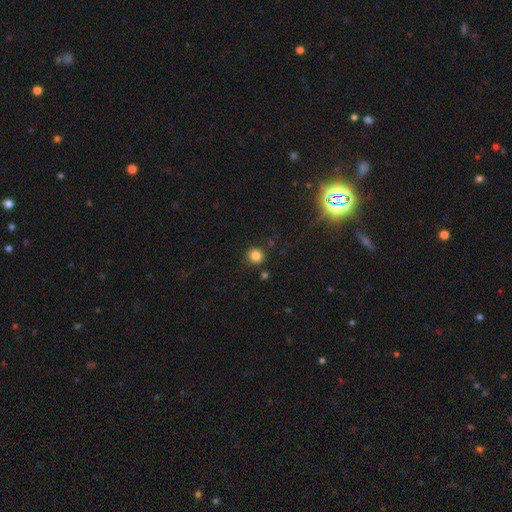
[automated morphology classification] The model was most divided on "smooth or featured": smooth: 83%, star or artifact: 13%, featured or disk: 5%. More confident: merging — none (85%); how rounded — round (85%).